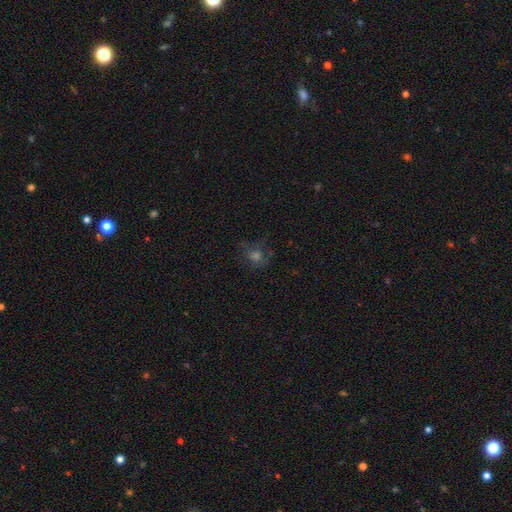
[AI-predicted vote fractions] The model was most divided on "smooth or featured": smooth: 49%, star or artifact: 28%, featured or disk: 23%. More confident: merging — none (67%).